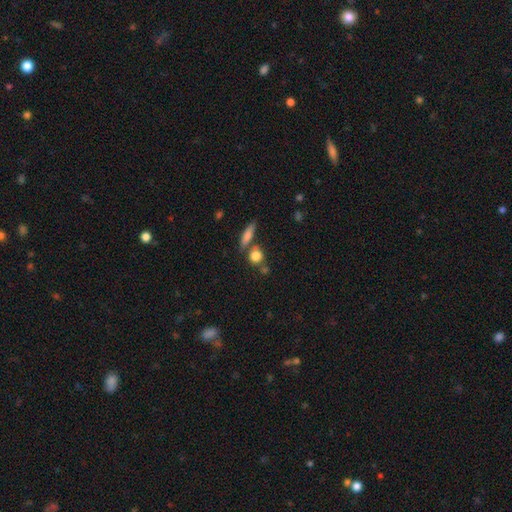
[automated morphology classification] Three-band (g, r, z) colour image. It shows a smooth galaxy with no disk features (82%) that is round (76%). Merging: none (62%).